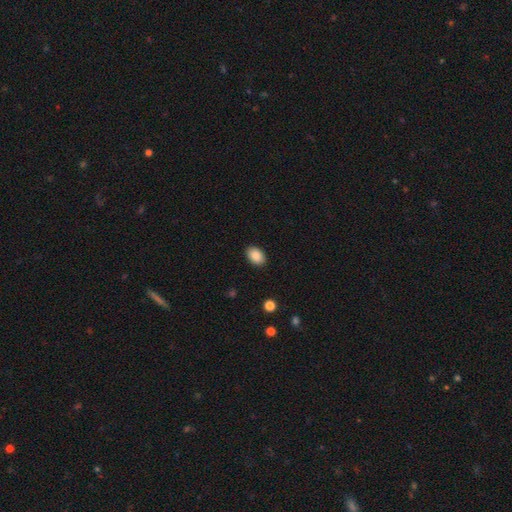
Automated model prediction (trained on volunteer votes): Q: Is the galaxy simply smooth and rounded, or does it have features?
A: smooth — 89%.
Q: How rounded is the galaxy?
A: in between — 87%.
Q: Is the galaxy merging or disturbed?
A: none — 89%.